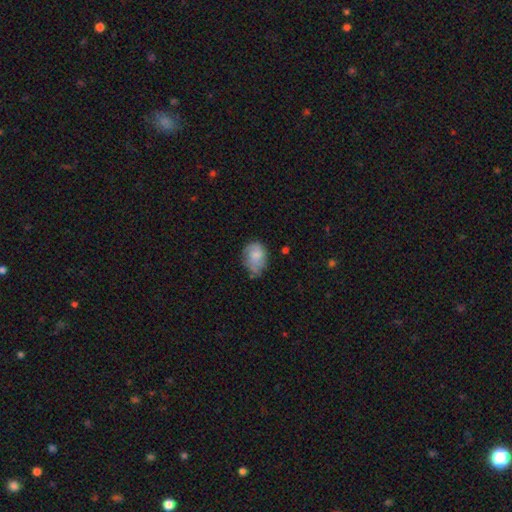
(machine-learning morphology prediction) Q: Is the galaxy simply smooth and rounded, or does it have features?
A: smooth — 68%.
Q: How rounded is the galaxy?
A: in between — 65%.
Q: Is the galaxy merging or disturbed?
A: none — 46%.